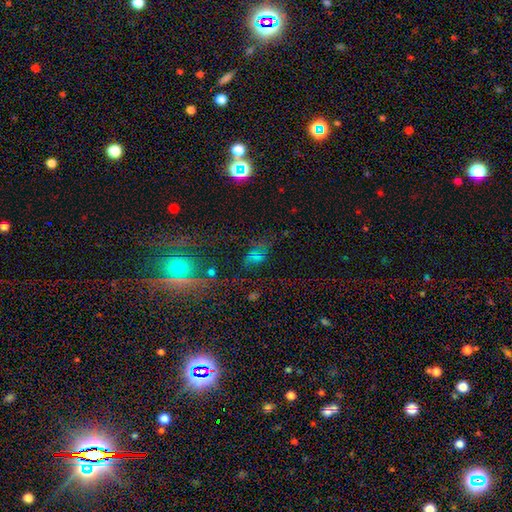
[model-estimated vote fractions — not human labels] Smooth or featured?
  - star or artifact: 42% *
  - smooth: 40%
  - featured or disk: 18%